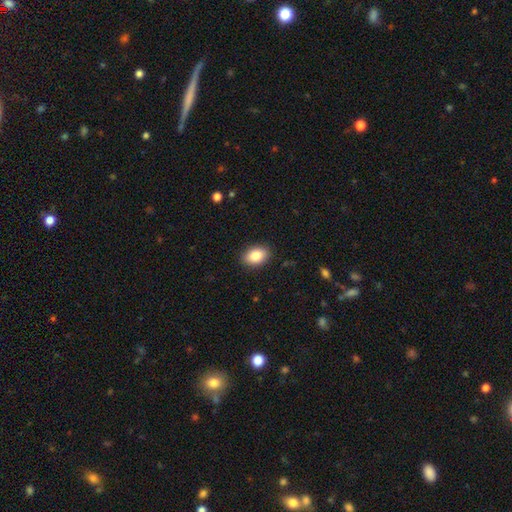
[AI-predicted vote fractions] Smooth or featured?
  - smooth: 86% *
  - star or artifact: 8%
  - featured or disk: 6%
How rounded?
  - in between: 85% *
  - round: 13%
  - cigar-shaped: 1%
Merging?
  - none: 88% *
  - minor disturbance: 9%
  - major disturbance: 2%
  - merger: 1%